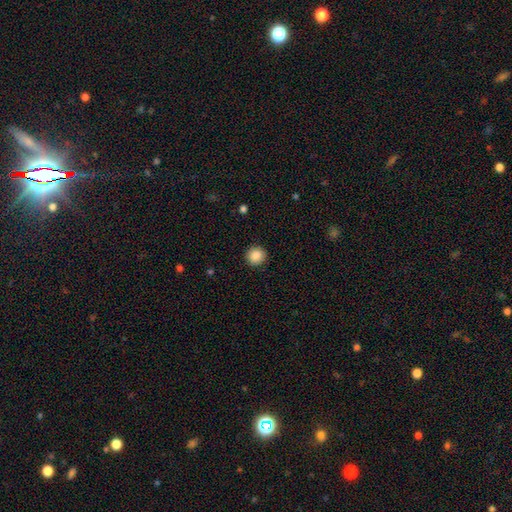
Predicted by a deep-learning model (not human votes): Q: Smooth or featured?
A: smooth (87%); runner-up: star or artifact (9%)
Q: How rounded?
A: round (93%); runner-up: in between (6%)
Q: Merging?
A: none (92%); runner-up: minor disturbance (5%)